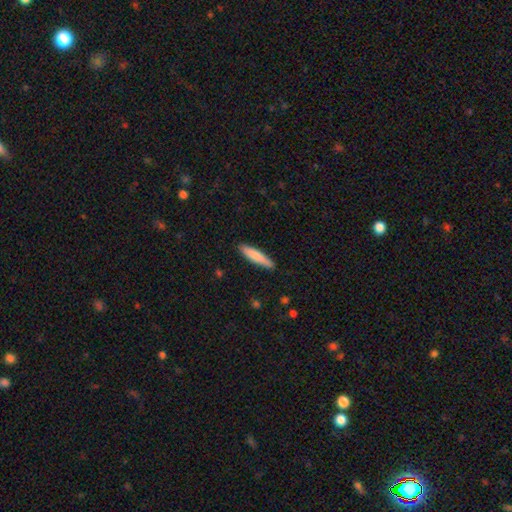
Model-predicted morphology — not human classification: A smooth galaxy with no disk features (79%) that is cigar-shaped (86%).

Vote fractions:
- Smooth or featured? smooth: 79% / featured or disk: 16% / star or artifact: 5%
- How rounded? cigar-shaped: 86% / in between: 13% / round: 1%
- Merging? none: 88% / minor disturbance: 9% / major disturbance: 2% / merger: 1%